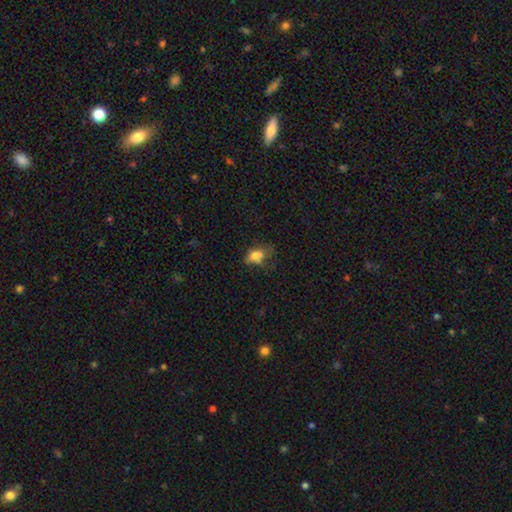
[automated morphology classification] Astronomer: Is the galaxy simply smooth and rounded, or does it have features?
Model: smooth — 68%.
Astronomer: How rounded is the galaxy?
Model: in between — 76%.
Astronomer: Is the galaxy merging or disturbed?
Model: none — 38% (runner-up: minor disturbance, 27%).